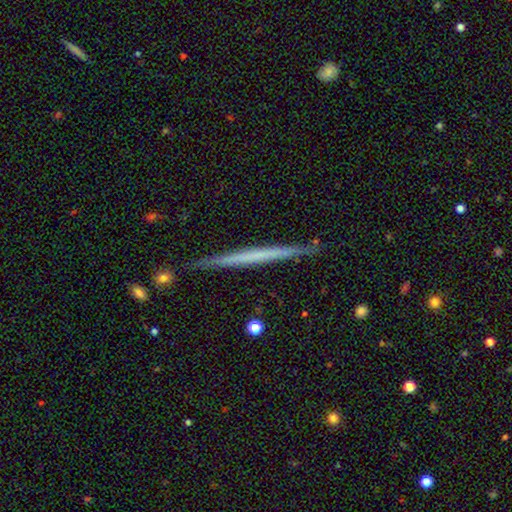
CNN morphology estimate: A featured or disk galaxy (56%) viewed edge-on (97%) with no central bulge (91%). Merging: none (89%).